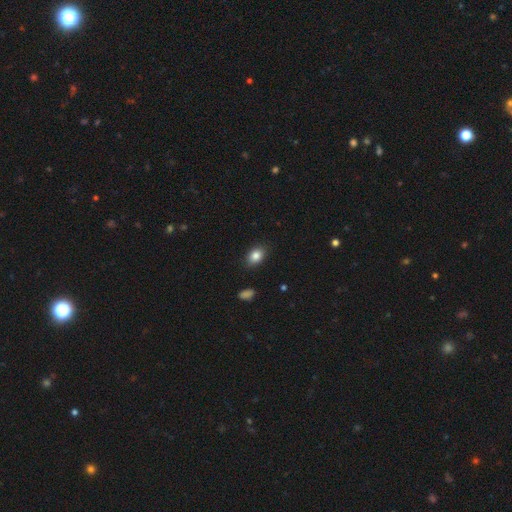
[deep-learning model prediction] Smooth or featured: smooth — 85% (star or artifact — 9%)
How rounded: in between — 78% (round — 20%)
Merging: none — 86% (minor disturbance — 10%)